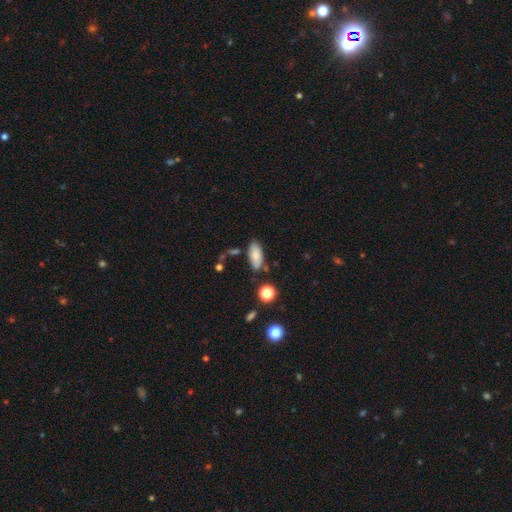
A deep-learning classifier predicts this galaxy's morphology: This appears to be a smooth galaxy with no disk features (83%) that is in between round and cigar-shaped (87%). Merging: none (72%).